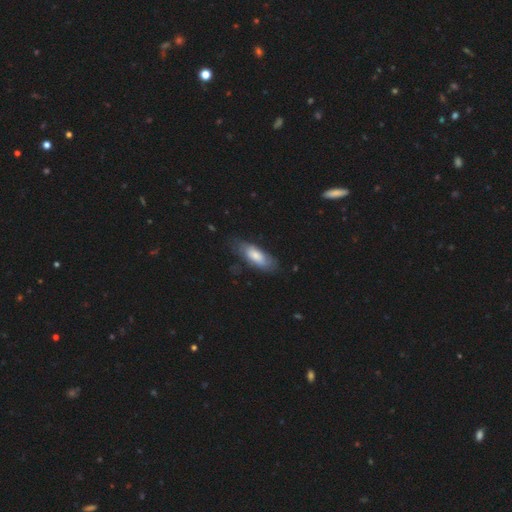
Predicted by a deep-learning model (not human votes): Smooth or featured: smooth — 64% (featured or disk — 30%)
How rounded: in between — 71% (cigar-shaped — 27%)
Merging: none — 64% (minor disturbance — 25%)